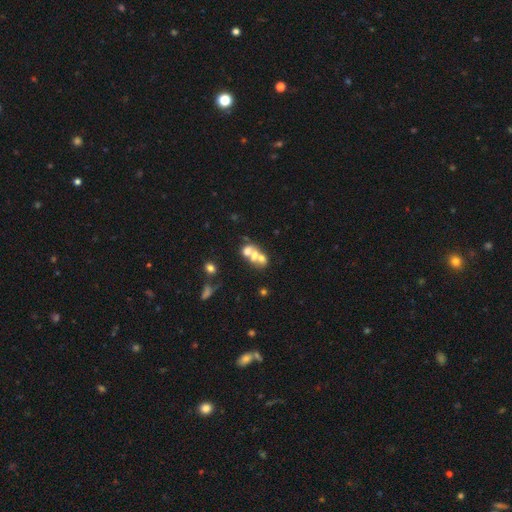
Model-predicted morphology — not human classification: Overall: smooth (51%; featured or disk 33%). How rounded: in between (52%; round 46%). Merging: merger (62%; none 24%).